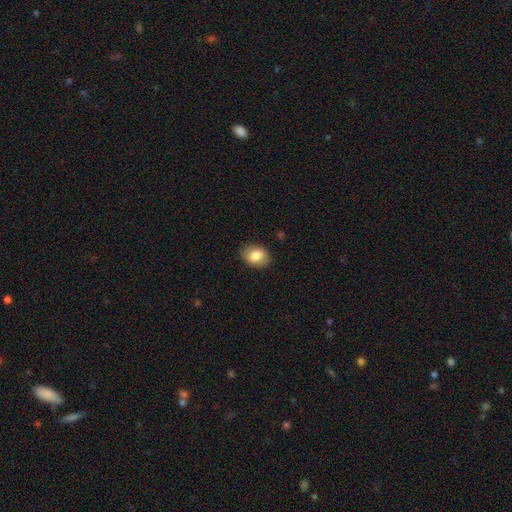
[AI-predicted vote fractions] Smooth or featured: smooth — 83% (featured or disk — 10%)
How rounded: in between — 70% (round — 29%)
Merging: none — 85% (minor disturbance — 11%)